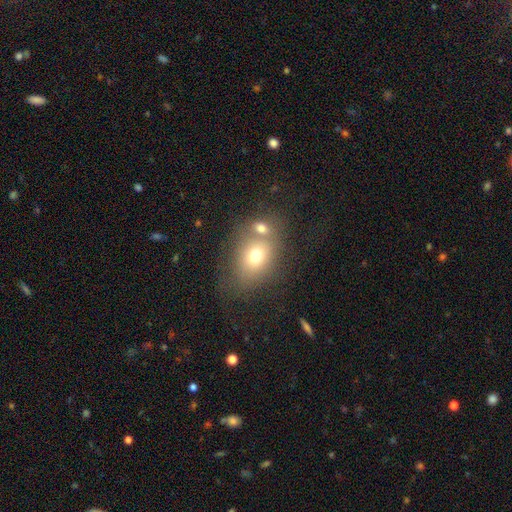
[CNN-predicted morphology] smooth-or-featured: smooth: 70% | featured or disk: 18% | star or artifact: 12%
  how-rounded: in between: 61% | round: 38% | cigar-shaped: 1%
  merging: merger: 41% | none: 39% | minor disturbance: 13% | major disturbance: 7%